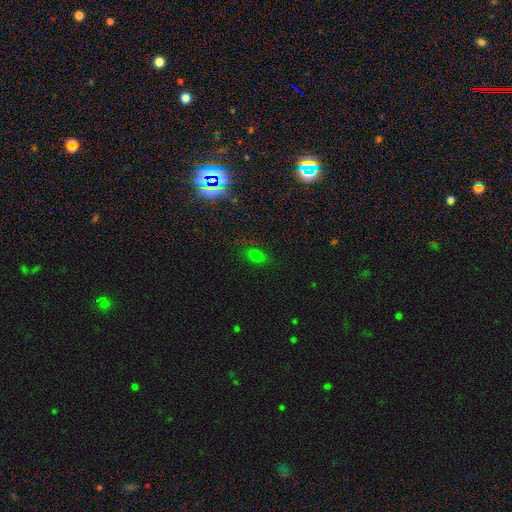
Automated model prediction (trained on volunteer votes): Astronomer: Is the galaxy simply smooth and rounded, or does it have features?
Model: smooth — 65%.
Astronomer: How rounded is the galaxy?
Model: in between — 64%.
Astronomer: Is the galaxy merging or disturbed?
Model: none — 80%.